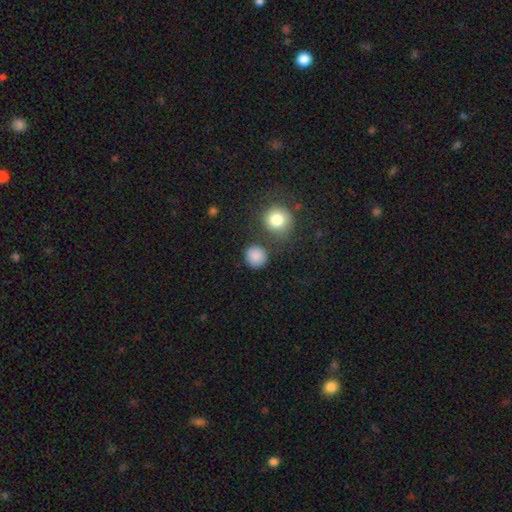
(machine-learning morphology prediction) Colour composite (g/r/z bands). It shows a smooth galaxy with no disk features (86%) that is round (90%). Merging: none (77%).